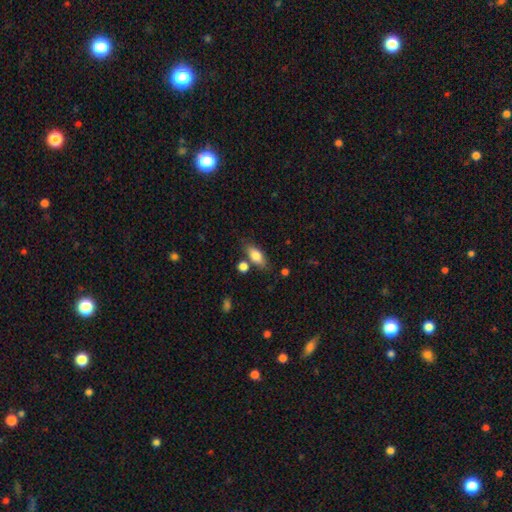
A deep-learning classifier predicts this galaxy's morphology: Smooth or featured?
  - smooth: 78% *
  - featured or disk: 15%
  - star or artifact: 7%
How rounded?
  - in between: 81% *
  - cigar-shaped: 15%
  - round: 4%
Merging?
  - none: 73% *
  - minor disturbance: 14%
  - merger: 9%
  - major disturbance: 4%